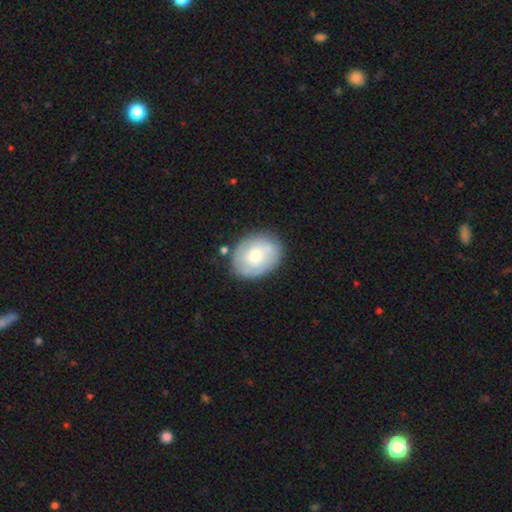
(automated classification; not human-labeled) smooth 59%, featured or disk 35%, star or artifact 7%. Down the decision tree: how rounded — in between (56%); merging — none (71%).